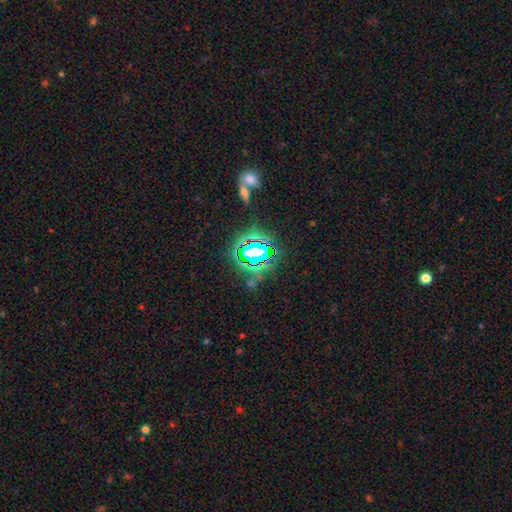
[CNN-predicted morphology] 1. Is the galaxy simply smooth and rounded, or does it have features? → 70% star or artifact, 17% smooth, 12% featured or disk.